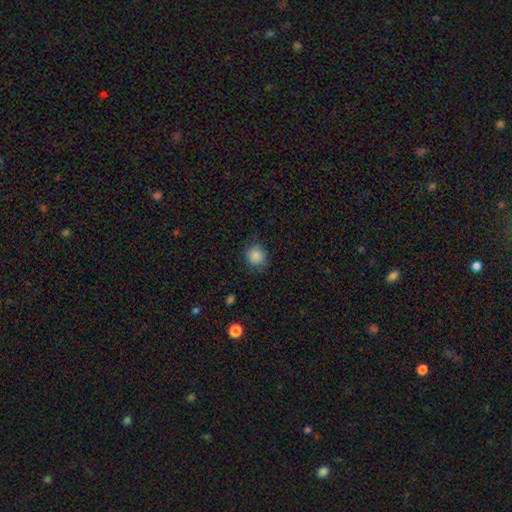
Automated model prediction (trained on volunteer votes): A smooth galaxy with no disk features (87%) that is round (86%).

Vote fractions:
- Smooth or featured? smooth: 87% / star or artifact: 9% / featured or disk: 4%
- How rounded? round: 86% / in between: 13% / cigar-shaped: 1%
- Merging? none: 79% / minor disturbance: 16% / major disturbance: 4% / merger: 1%